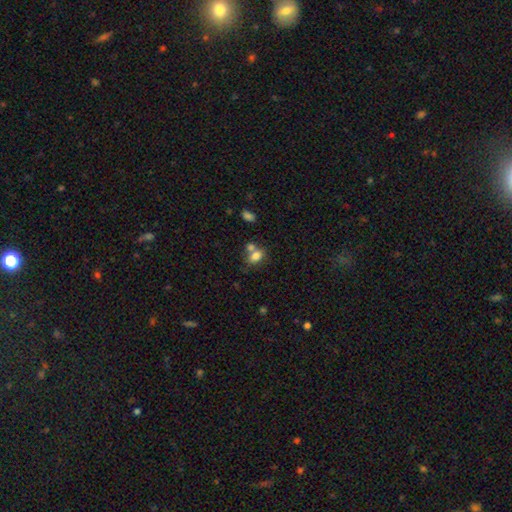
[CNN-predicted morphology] Smooth or featured?
  - smooth: 79% *
  - featured or disk: 11%
  - star or artifact: 10%
How rounded?
  - in between: 79% *
  - round: 19%
  - cigar-shaped: 2%
Merging?
  - none: 45% *
  - merger: 38%
  - minor disturbance: 13%
  - major disturbance: 5%